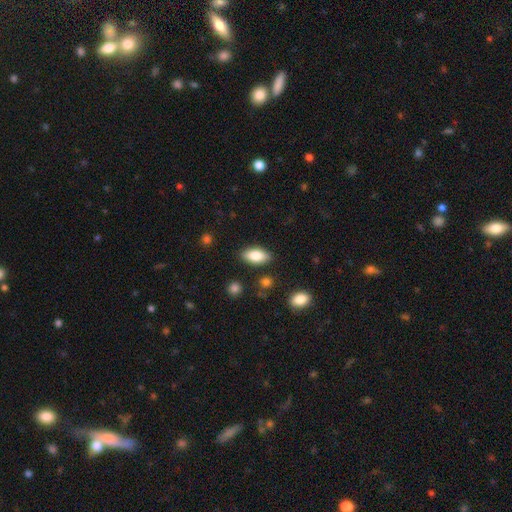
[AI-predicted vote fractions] Smooth or featured?
  - smooth: 83% *
  - featured or disk: 11%
  - star or artifact: 7%
How rounded?
  - in between: 87% *
  - cigar-shaped: 10%
  - round: 3%
Merging?
  - none: 85% *
  - minor disturbance: 10%
  - major disturbance: 2%
  - merger: 2%